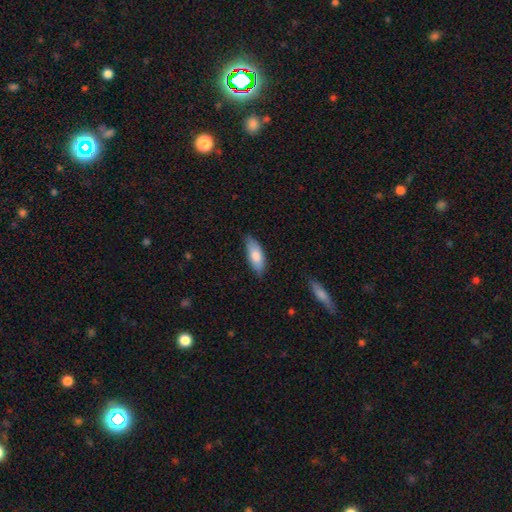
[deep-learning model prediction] smooth_or_featured: smooth (p=0.79) [alt: featured or disk p=0.15]
how_rounded: in between (p=0.80) [alt: cigar-shaped p=0.18]
merging: none (p=0.77) [alt: minor disturbance p=0.19]